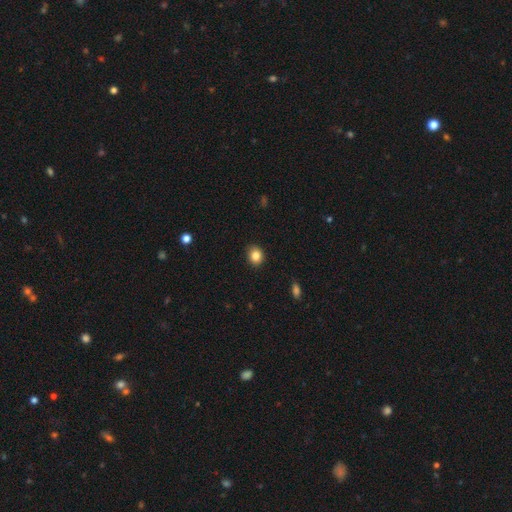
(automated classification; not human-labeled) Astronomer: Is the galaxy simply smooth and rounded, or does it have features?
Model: smooth — 85%.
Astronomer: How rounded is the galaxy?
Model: round — 66%.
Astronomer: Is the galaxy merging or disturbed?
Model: none — 88%.